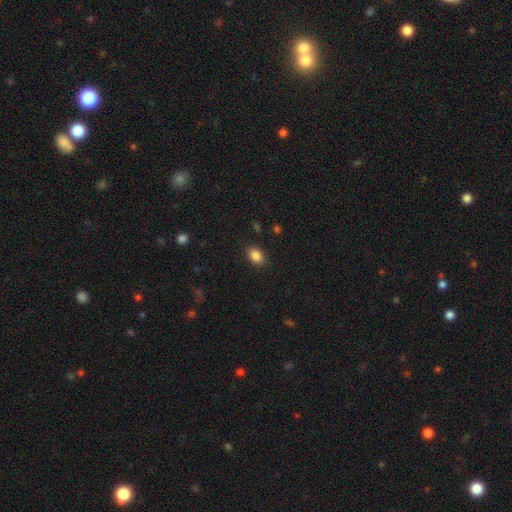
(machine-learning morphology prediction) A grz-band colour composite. It shows a smooth galaxy with no disk features (86%) that is in between round and cigar-shaped (75%). Merging: none (87%).